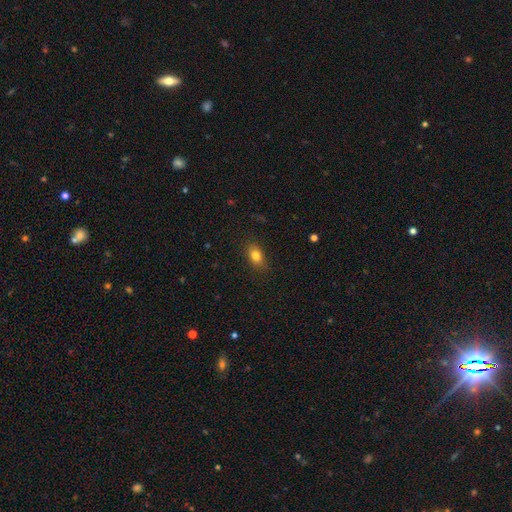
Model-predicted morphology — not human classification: Smooth or featured: smooth — 81% (star or artifact — 10%)
How rounded: in between — 80% (round — 17%)
Merging: none — 85% (minor disturbance — 11%)